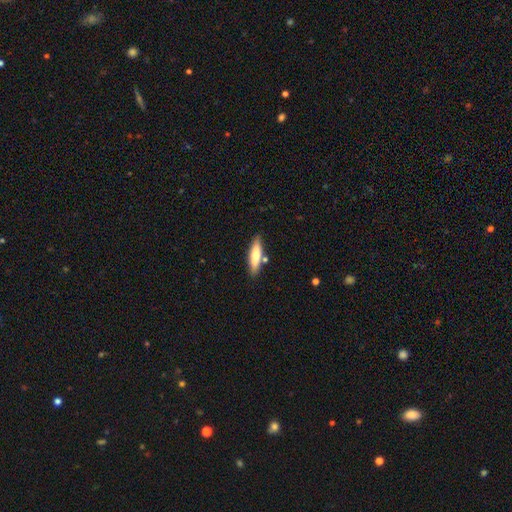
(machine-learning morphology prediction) A smooth galaxy with no disk features (69%) that is cigar-shaped (70%).

Vote fractions:
- Smooth or featured? smooth: 69% / featured or disk: 25% / star or artifact: 6%
- How rounded? cigar-shaped: 70% / in between: 29% / round: 2%
- Merging? none: 81% / minor disturbance: 11% / merger: 6% / major disturbance: 2%